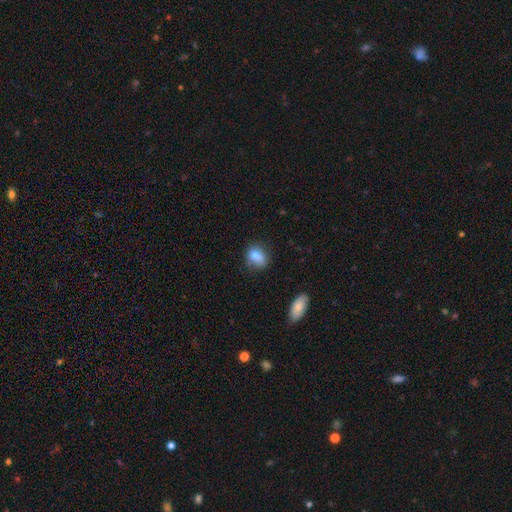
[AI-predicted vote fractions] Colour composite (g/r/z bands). It shows a smooth galaxy with no disk features (79%) that is in between round and cigar-shaped (57%). Merging: none (61%).